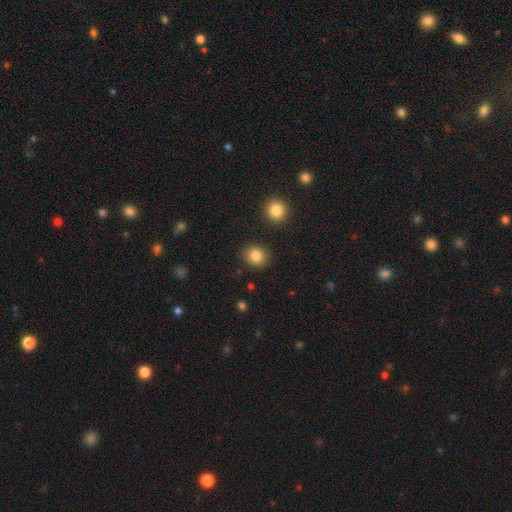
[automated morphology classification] Smooth or featured? Predicted: smooth (p=0.84). How rounded? Predicted: round (p=0.72). Merging? Predicted: none (p=0.87).